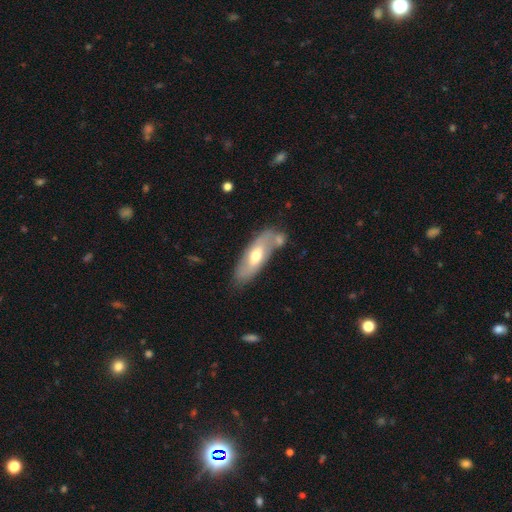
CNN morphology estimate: Overall: smooth (49%; featured or disk 46%). Merging: none (61%).